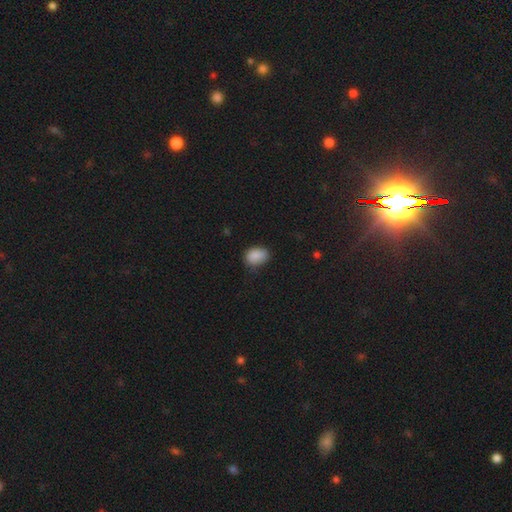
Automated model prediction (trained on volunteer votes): Smooth or featured: smooth — 88% (star or artifact — 8%)
How rounded: in between — 74% (round — 25%)
Merging: none — 72% (minor disturbance — 23%)